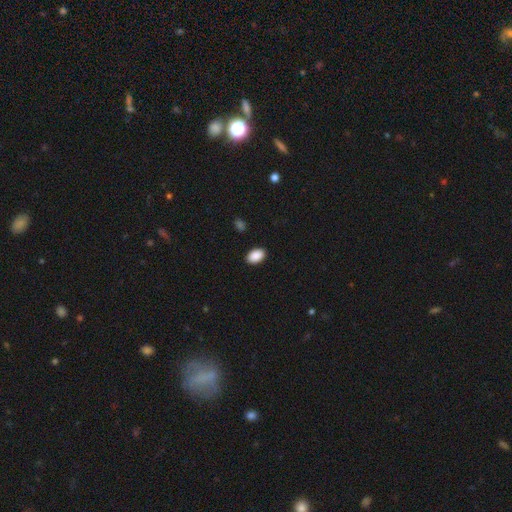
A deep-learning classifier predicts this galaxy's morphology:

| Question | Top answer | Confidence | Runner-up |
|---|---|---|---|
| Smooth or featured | smooth | 90% | star or artifact (7%) |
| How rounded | in between | 89% | round (10%) |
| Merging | none | 90% | minor disturbance (7%) |